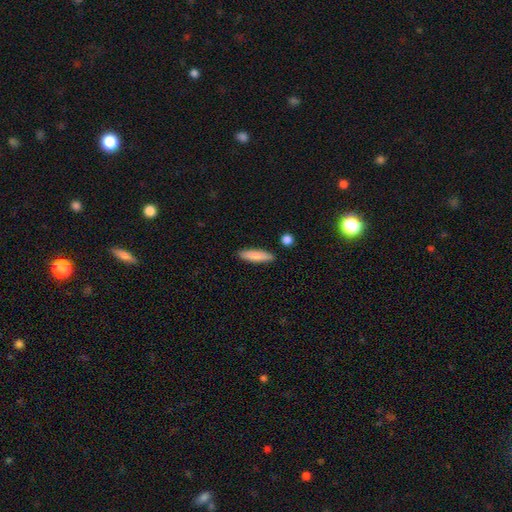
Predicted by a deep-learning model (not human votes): A smooth galaxy with no disk features (84%) that is cigar-shaped (70%).

Vote fractions:
- Smooth or featured? smooth: 84% / featured or disk: 10% / star or artifact: 6%
- How rounded? cigar-shaped: 70% / in between: 28% / round: 2%
- Merging? none: 86% / minor disturbance: 9% / merger: 3% / major disturbance: 2%